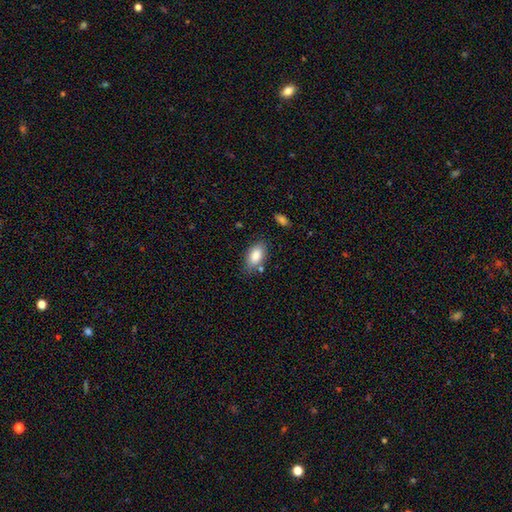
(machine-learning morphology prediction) A smooth galaxy with no disk features (86%) that is in between round and cigar-shaped (91%). Merging: none (75%).